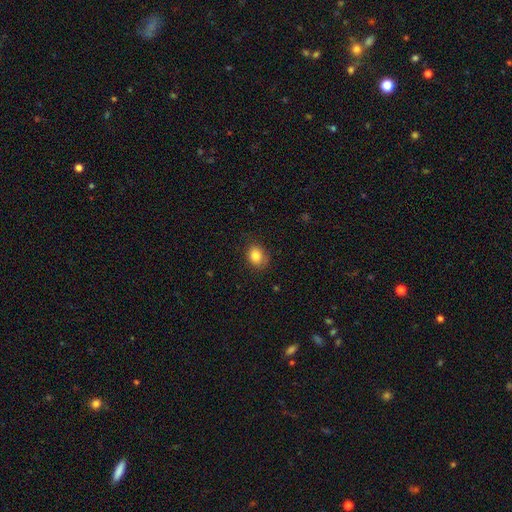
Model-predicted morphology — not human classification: This appears to be a smooth galaxy with no disk features (84%) that is round (53%). Merging: none (77%).